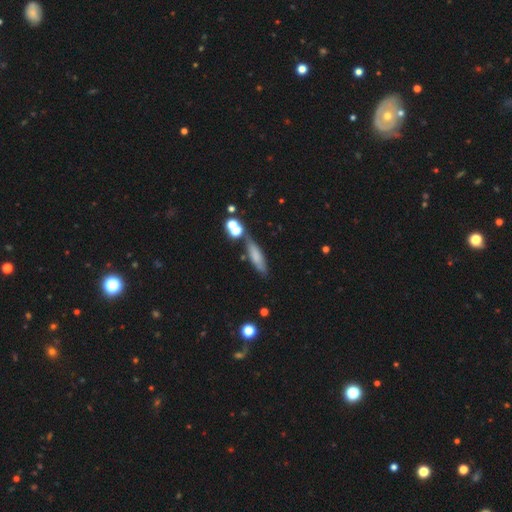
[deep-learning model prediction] The model was most divided on "how rounded": cigar-shaped: 70%, in between: 26%, round: 4%. More confident: smooth or featured — smooth (67%); merging — none (65%).